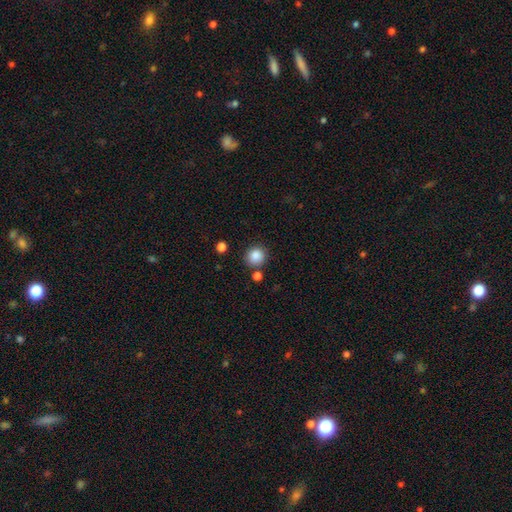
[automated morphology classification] Overall: smooth (87%). How rounded: round (90%). Merging: none (82%).